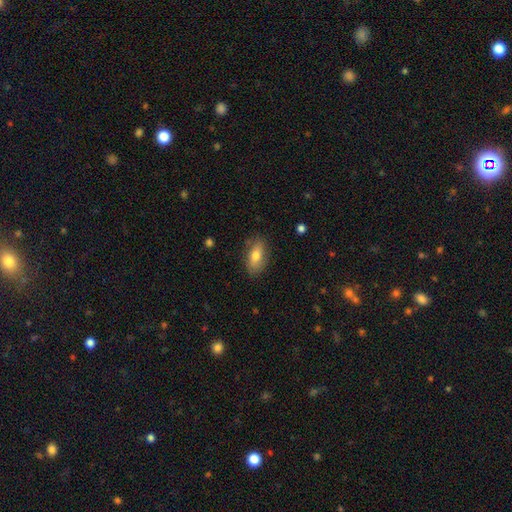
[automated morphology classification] Smooth or featured: smooth — 73% (featured or disk — 20%)
How rounded: in between — 85% (cigar-shaped — 10%)
Merging: none — 81% (minor disturbance — 14%)